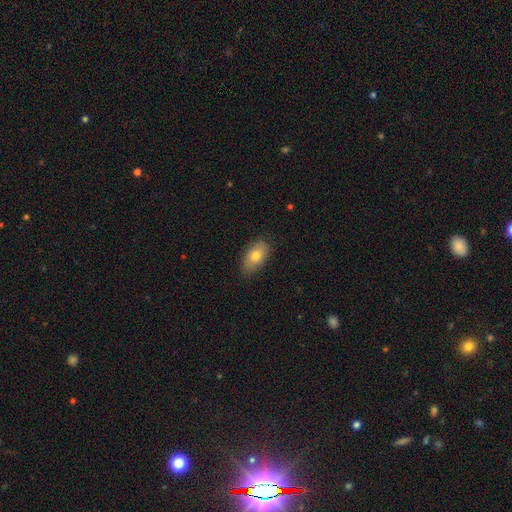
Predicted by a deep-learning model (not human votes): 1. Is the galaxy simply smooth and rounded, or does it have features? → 75% smooth, 18% featured or disk, 7% star or artifact.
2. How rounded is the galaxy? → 91% in between, 7% round, 3% cigar-shaped.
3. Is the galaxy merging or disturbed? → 81% none, 15% minor disturbance, 3% major disturbance, 1% merger.